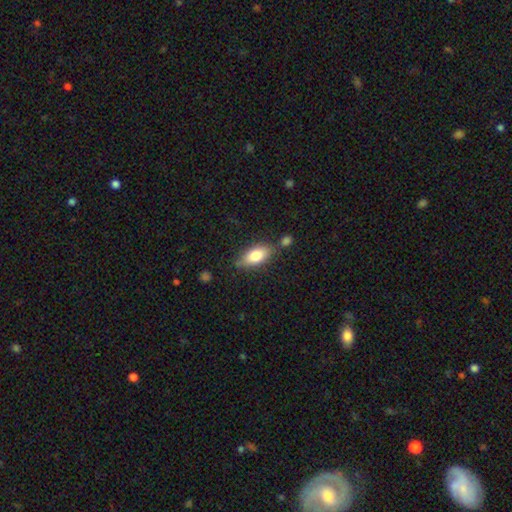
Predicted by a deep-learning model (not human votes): Smooth or featured? Predicted: smooth (p=0.76). How rounded? Predicted: in between (p=0.85). Merging? Predicted: none (p=0.71).